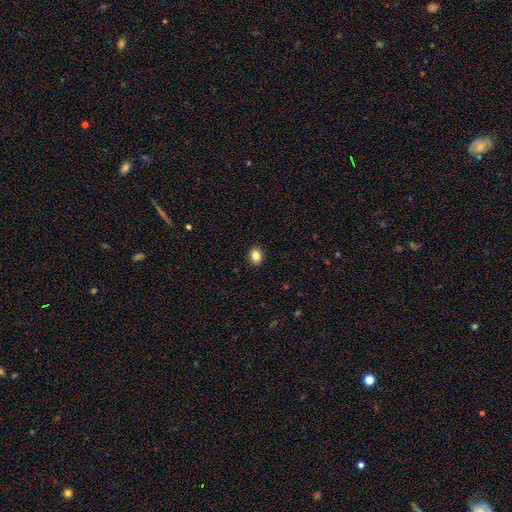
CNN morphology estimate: Smooth or featured? Predicted: smooth (p=0.85). How rounded? Predicted: in between (p=0.53). Merging? Predicted: none (p=0.91).